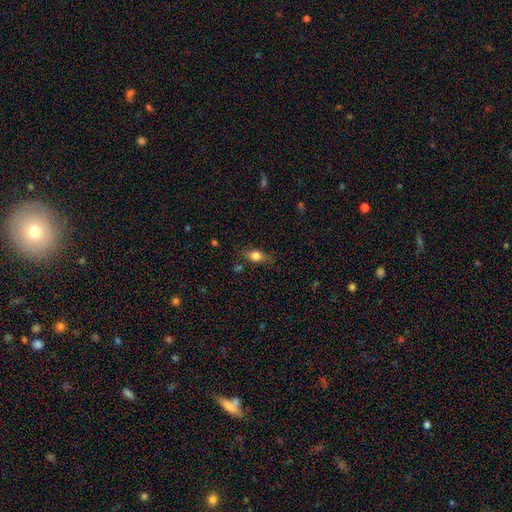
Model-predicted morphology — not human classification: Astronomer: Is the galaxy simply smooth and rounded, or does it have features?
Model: smooth — 75%.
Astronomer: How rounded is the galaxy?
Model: in between — 67%.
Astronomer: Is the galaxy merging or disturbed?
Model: none — 74%.